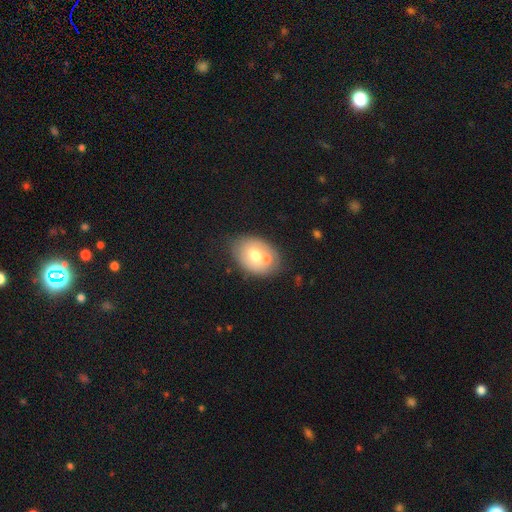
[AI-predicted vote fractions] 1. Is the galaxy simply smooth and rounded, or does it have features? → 63% smooth, 30% featured or disk, 8% star or artifact.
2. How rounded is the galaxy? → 75% in between, 24% round, 1% cigar-shaped.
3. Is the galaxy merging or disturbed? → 51% none, 29% merger, 16% minor disturbance, 5% major disturbance.